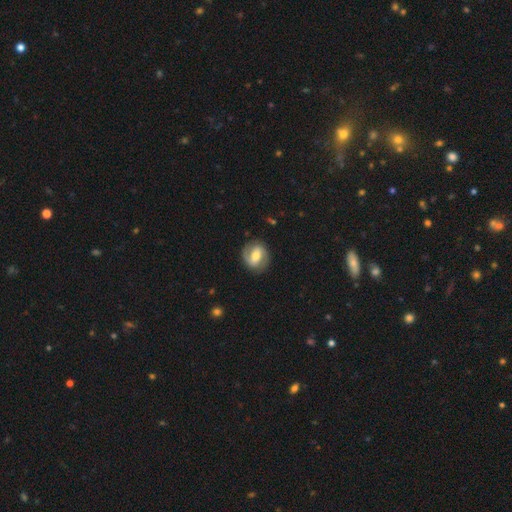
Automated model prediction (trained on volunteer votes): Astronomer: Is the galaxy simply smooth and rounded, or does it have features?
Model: featured or disk — 62%.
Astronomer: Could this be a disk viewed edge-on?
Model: no — 96%.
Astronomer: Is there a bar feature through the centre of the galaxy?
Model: strong — 41% (runner-up: weak, 39%).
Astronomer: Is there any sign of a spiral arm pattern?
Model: yes — 75%.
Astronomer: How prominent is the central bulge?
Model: moderate — 64%.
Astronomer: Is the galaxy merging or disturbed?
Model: none — 83%.